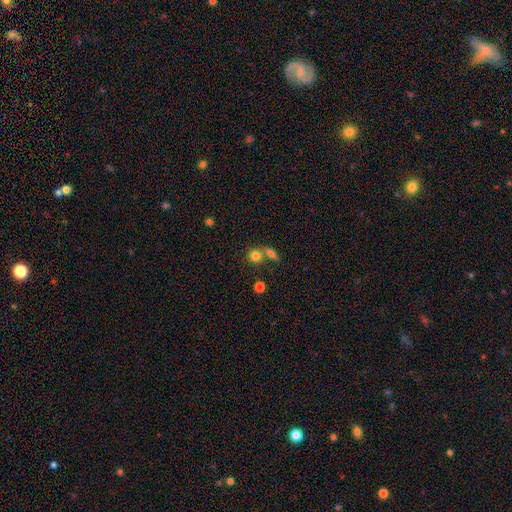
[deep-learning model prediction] The model was most divided on "merging": none: 50%, merger: 37%, minor disturbance: 8%, major disturbance: 4%. More confident: how rounded — round (82%); smooth or featured — smooth (79%).